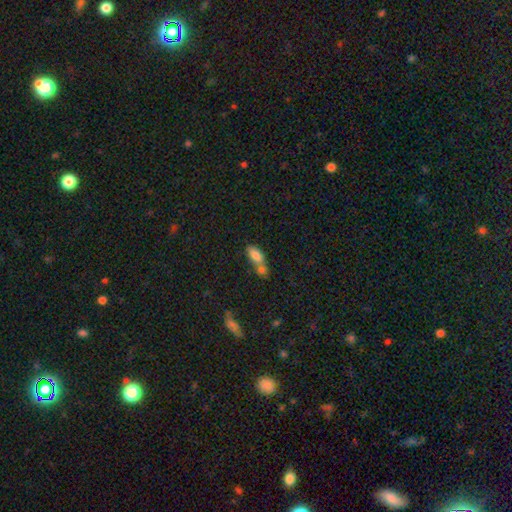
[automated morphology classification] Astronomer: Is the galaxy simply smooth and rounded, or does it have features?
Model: smooth — 79%.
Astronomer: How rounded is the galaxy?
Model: in between — 83%.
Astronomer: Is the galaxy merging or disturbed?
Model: merger — 57%.